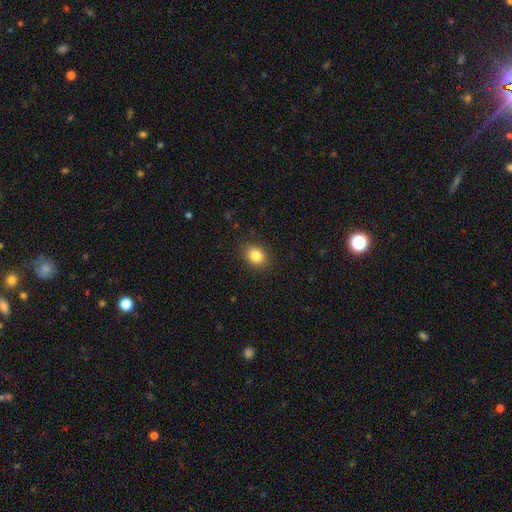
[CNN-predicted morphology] type=smooth (84%); roundness=in between (56%); merging=none (89%).